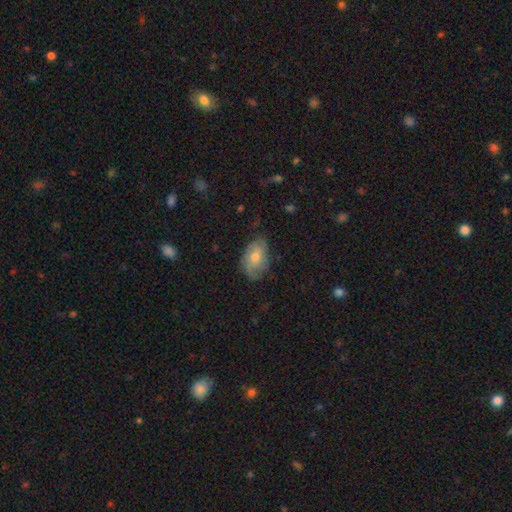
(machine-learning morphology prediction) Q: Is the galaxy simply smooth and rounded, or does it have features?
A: smooth — 47%.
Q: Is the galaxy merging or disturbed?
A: none — 70%.